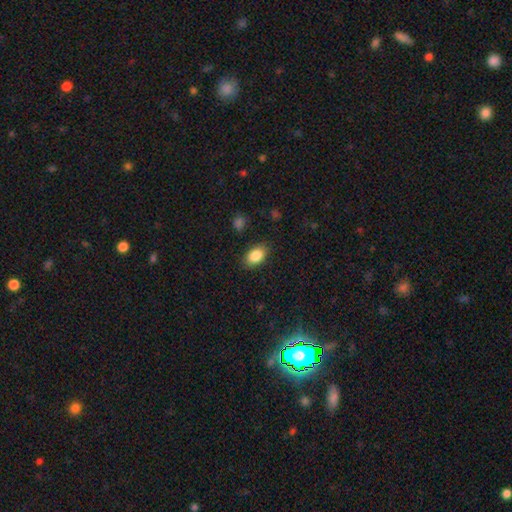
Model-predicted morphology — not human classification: Q: Smooth or featured?
A: smooth (86%); runner-up: star or artifact (8%)
Q: How rounded?
A: in between (89%); runner-up: round (9%)
Q: Merging?
A: none (86%); runner-up: minor disturbance (10%)